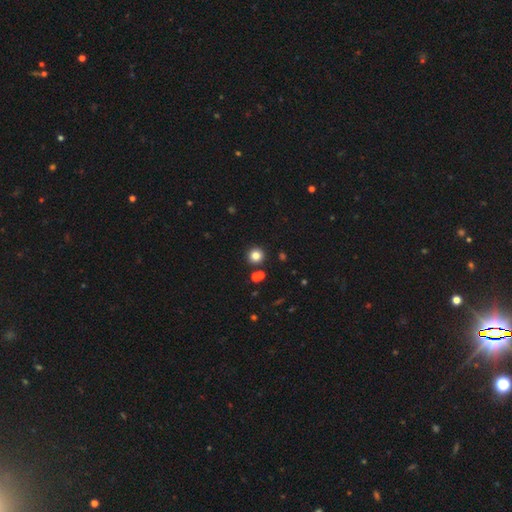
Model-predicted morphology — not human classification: The model was most divided on "smooth or featured": smooth: 82%, star or artifact: 13%, featured or disk: 6%. More confident: how rounded — round (94%); merging — none (86%).